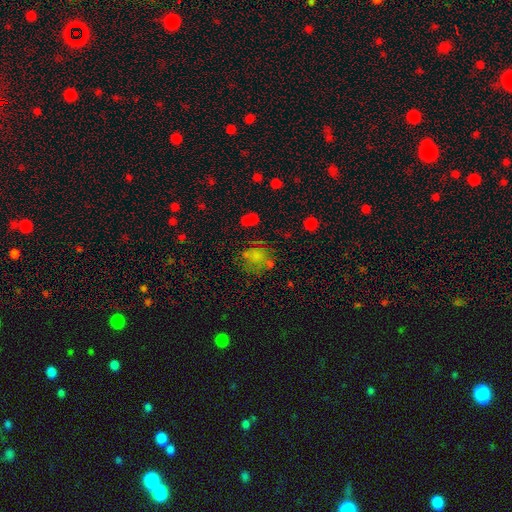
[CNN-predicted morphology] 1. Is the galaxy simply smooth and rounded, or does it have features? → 62% smooth, 20% featured or disk, 18% star or artifact.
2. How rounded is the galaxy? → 69% round, 29% in between, 1% cigar-shaped.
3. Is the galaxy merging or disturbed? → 50% none, 21% minor disturbance, 16% major disturbance, 13% merger.